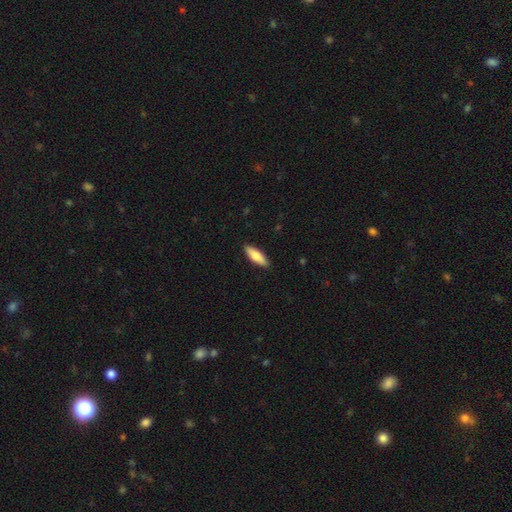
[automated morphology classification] Overall: smooth (72%). How rounded: in between (51%; cigar-shaped 47%). Merging: none (90%).